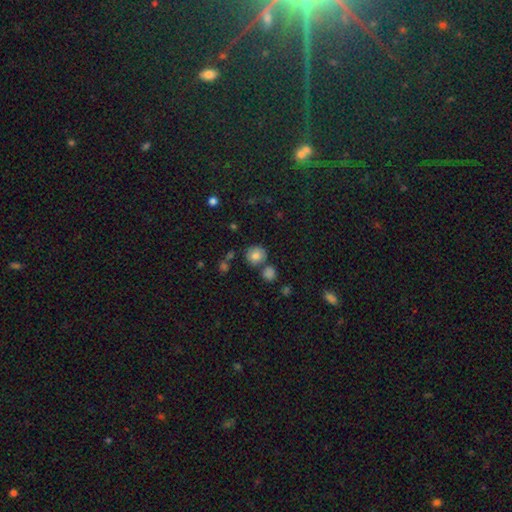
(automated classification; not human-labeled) Smooth or featured? smooth (81%)
How rounded? round (88%)
Merging? none (74%)